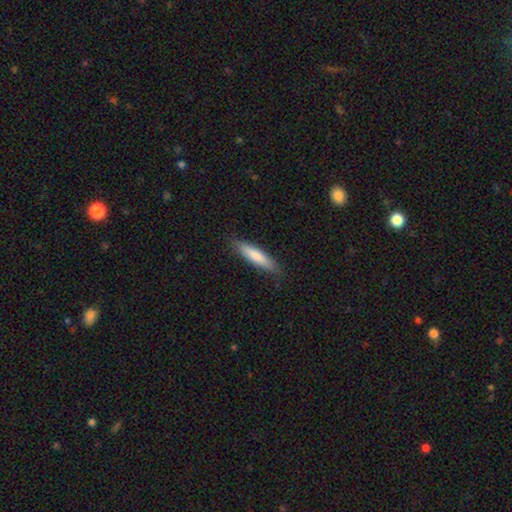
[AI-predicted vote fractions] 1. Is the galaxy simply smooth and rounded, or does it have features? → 79% smooth, 16% featured or disk, 5% star or artifact.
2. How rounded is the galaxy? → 81% cigar-shaped, 18% in between, 1% round.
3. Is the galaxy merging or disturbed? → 86% none, 11% minor disturbance, 2% major disturbance, 1% merger.